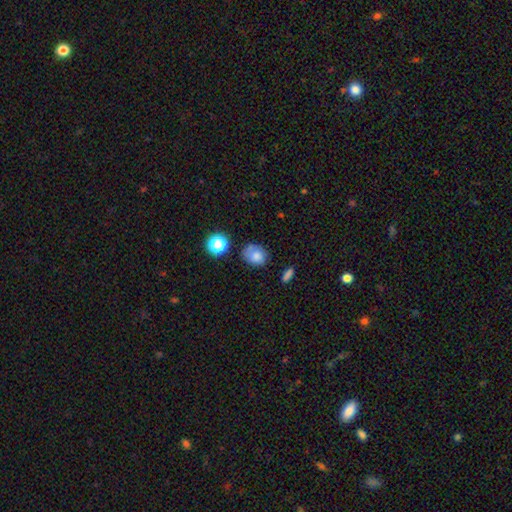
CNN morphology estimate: This appears to be a smooth galaxy with no disk features (75%) that is round (55%). Merging: none (56%).